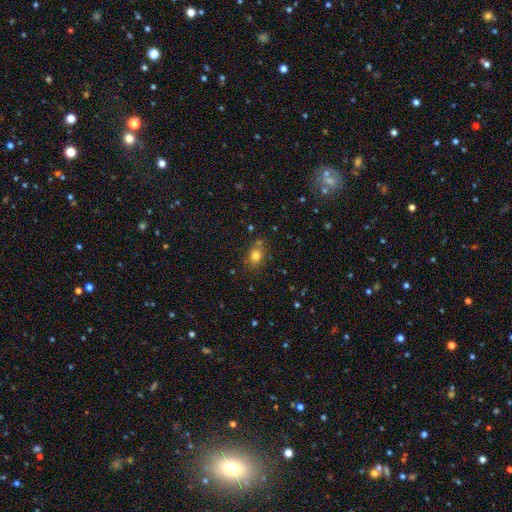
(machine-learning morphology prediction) The model was most divided on "how rounded": in between: 57%, round: 42%, cigar-shaped: 2%. More confident: smooth or featured — smooth (79%); merging — none (73%).